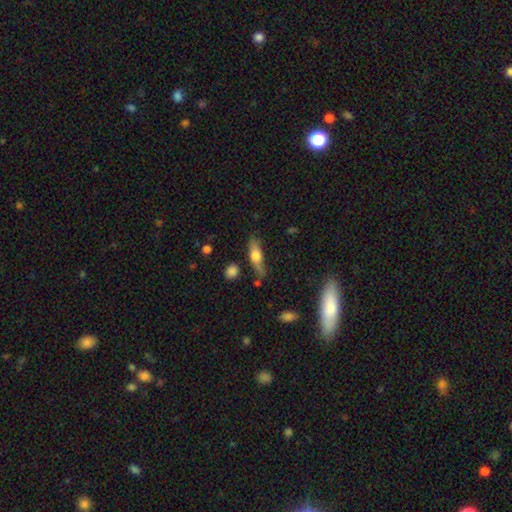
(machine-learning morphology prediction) smooth 55%, featured or disk 38%, star or artifact 7%. Down the decision tree: how rounded — cigar-shaped (53%); merging — none (68%).